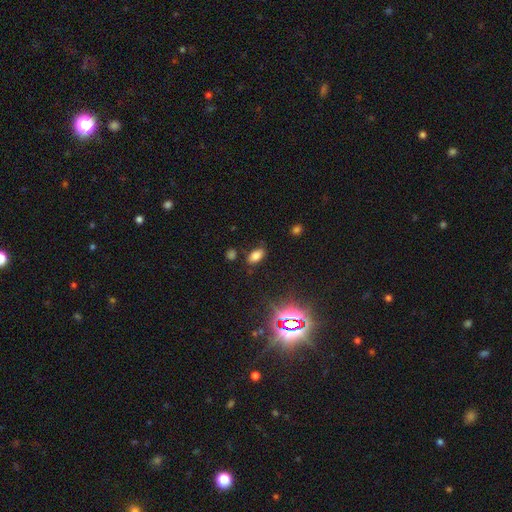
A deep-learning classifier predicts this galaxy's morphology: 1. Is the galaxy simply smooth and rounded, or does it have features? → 73% smooth, 18% star or artifact, 8% featured or disk.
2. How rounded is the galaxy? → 91% in between, 5% round, 4% cigar-shaped.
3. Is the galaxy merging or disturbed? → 81% none, 12% minor disturbance, 4% major disturbance, 3% merger.